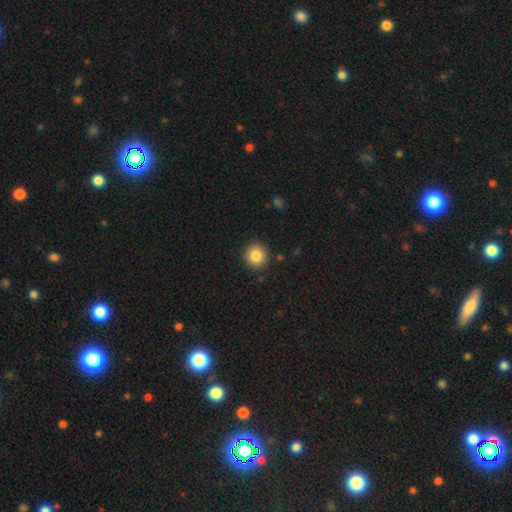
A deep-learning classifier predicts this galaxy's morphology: This appears to be a smooth galaxy with no disk features (84%) that is round (93%). Merging: none (91%).